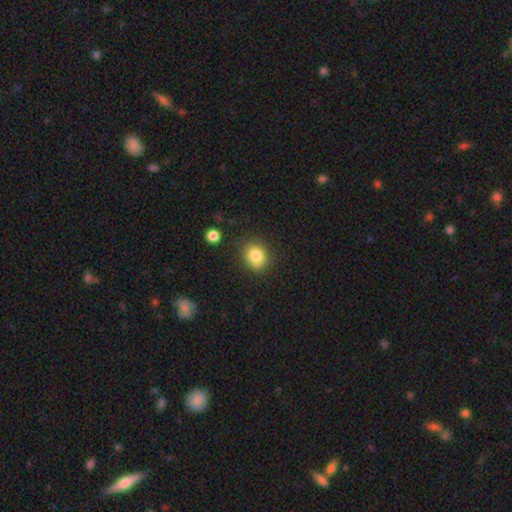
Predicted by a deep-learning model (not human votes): This is clearly a smooth galaxy (82%). How rounded: likely round (67%). Merging: clearly none (80%).